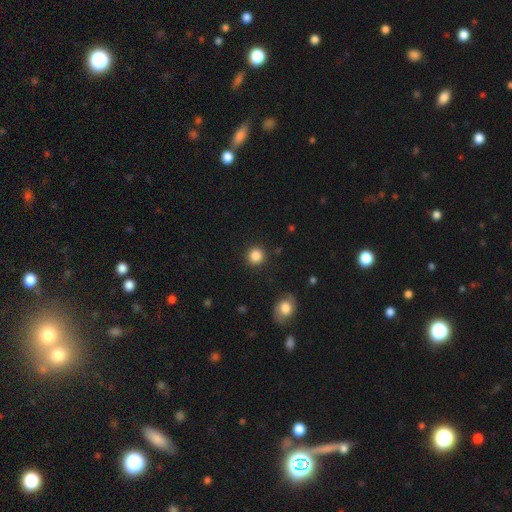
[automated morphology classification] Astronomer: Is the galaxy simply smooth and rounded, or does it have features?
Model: smooth — 86%.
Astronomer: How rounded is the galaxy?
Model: round — 93%.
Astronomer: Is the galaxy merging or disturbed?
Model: none — 90%.